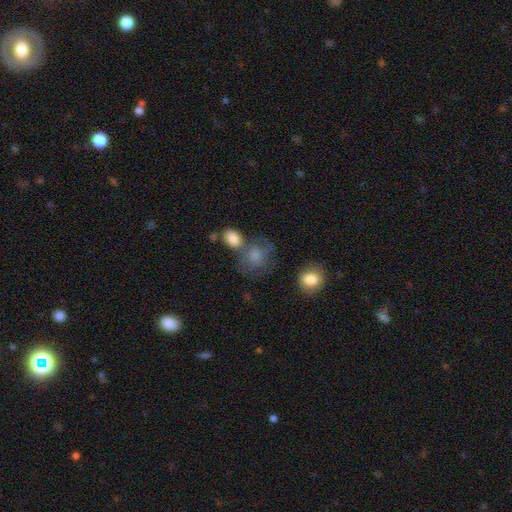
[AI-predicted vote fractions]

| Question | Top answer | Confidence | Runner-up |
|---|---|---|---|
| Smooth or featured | smooth | 73% | featured or disk (18%) |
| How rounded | round | 61% | in between (38%) |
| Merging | none | 43% | merger (25%) |